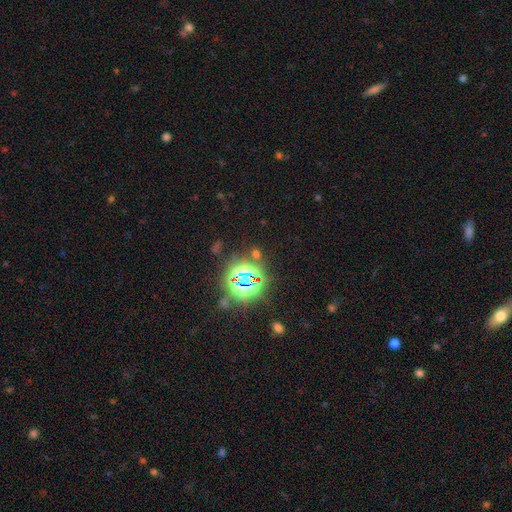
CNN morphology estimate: Smooth or featured? star or artifact (81%)